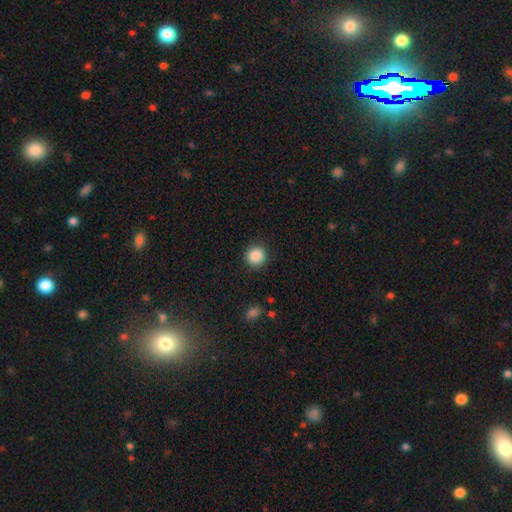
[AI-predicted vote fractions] A smooth galaxy with no disk features (88%) that is round (93%). Merging: none (91%).